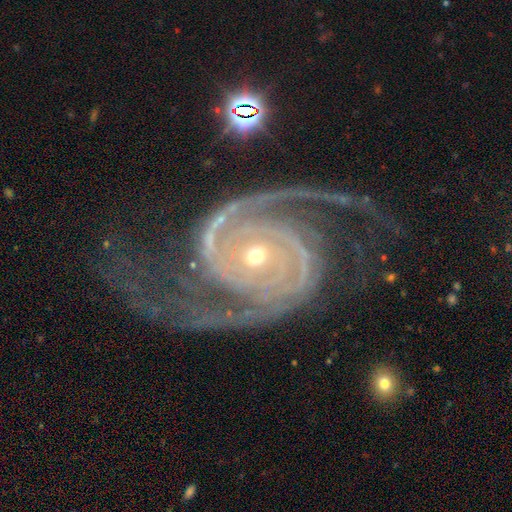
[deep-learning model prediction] This appears to be a featured or disk galaxy (94%) with no bar (66%), 2 (86%) tight (46%) spiral arms (99%) and a small central bulge (64%). Merging: none (69%).